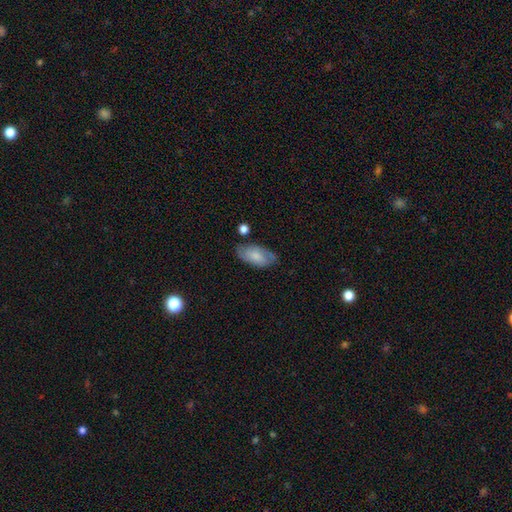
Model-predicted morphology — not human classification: smooth 61%, featured or disk 32%, star or artifact 7%. Down the decision tree: how rounded — in between (93%); merging — none (71%).